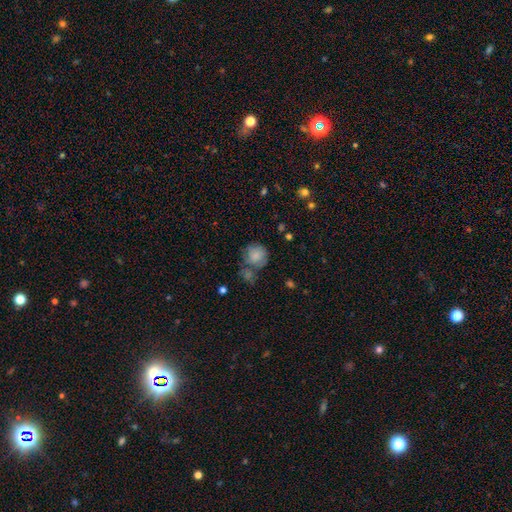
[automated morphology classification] Smooth or featured? smooth (78%)
How rounded? round (83%)
Merging? none (48%)